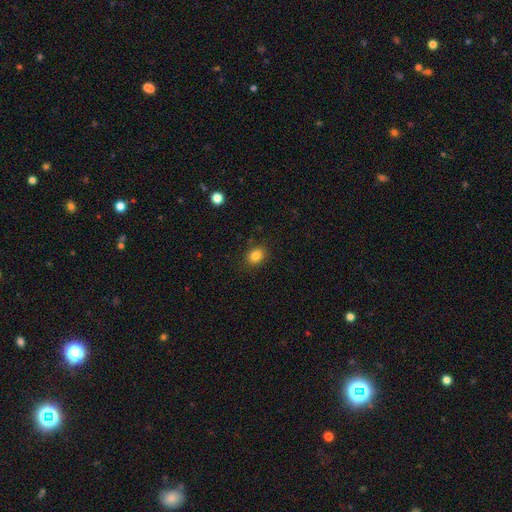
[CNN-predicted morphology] Smooth or featured: smooth — 83% (star or artifact — 11%)
How rounded: round — 53% (in between — 46%)
Merging: none — 87% (minor disturbance — 9%)